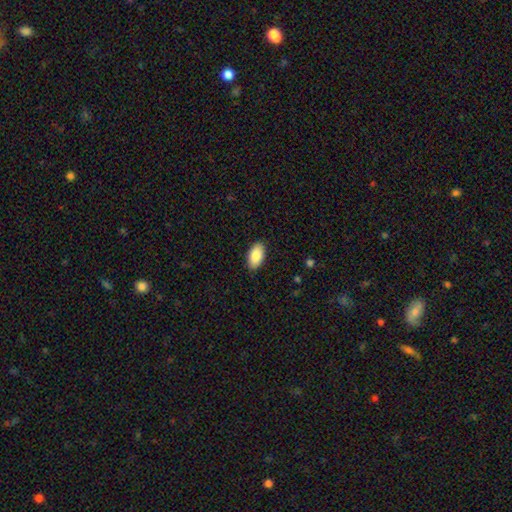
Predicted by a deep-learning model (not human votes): This appears to be a smooth galaxy with no disk features (87%) that is in between round and cigar-shaped (95%). Merging: none (89%).